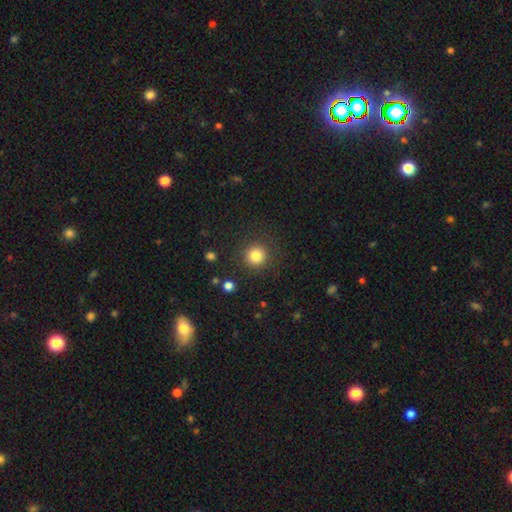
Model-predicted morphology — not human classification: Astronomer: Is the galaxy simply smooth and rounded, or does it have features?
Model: smooth — 83%.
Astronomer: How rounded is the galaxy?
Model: round — 94%.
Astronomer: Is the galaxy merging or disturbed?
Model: none — 89%.